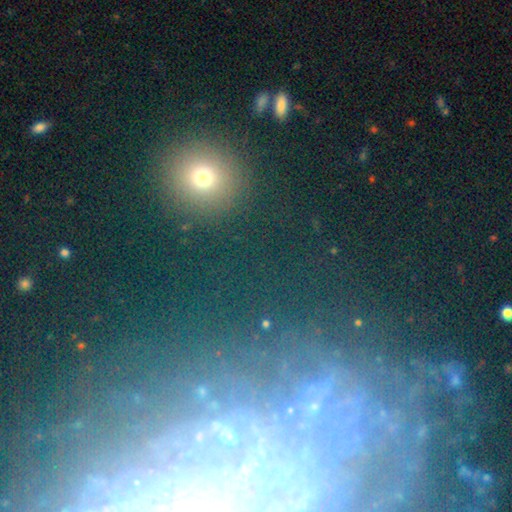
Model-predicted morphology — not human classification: Smooth or featured: smooth — 49% (featured or disk — 28%)
Merging: none — 87% (minor disturbance — 7%)